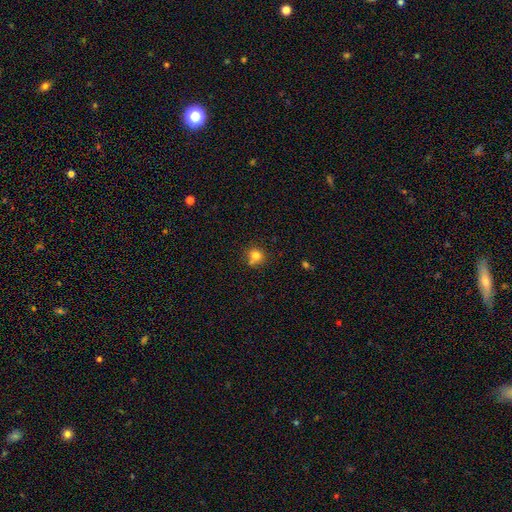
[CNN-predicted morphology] Q: Smooth or featured?
A: smooth (78%); runner-up: star or artifact (13%)
Q: How rounded?
A: round (82%); runner-up: in between (17%)
Q: Merging?
A: none (61%); runner-up: merger (23%)